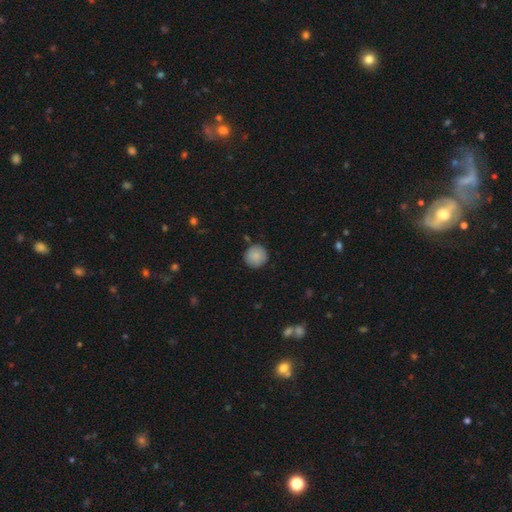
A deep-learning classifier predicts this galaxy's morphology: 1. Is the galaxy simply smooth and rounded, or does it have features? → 87% smooth, 7% star or artifact, 5% featured or disk.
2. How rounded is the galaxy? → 94% round, 5% in between, 1% cigar-shaped.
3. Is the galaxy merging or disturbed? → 88% none, 8% minor disturbance, 2% major disturbance, 2% merger.